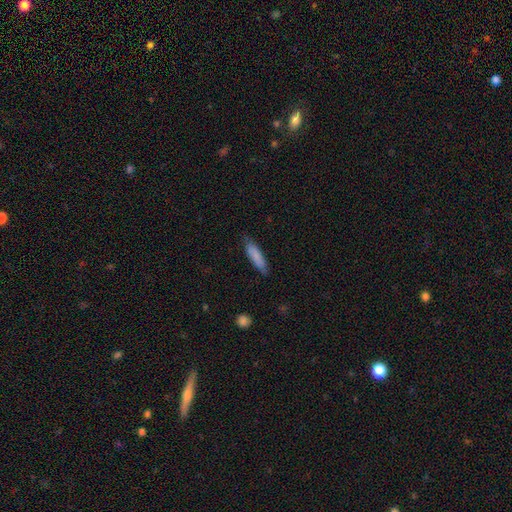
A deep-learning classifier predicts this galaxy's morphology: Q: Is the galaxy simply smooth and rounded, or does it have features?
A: smooth — 83%.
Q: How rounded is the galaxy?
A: cigar-shaped — 68%.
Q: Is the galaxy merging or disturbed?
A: none — 80%.